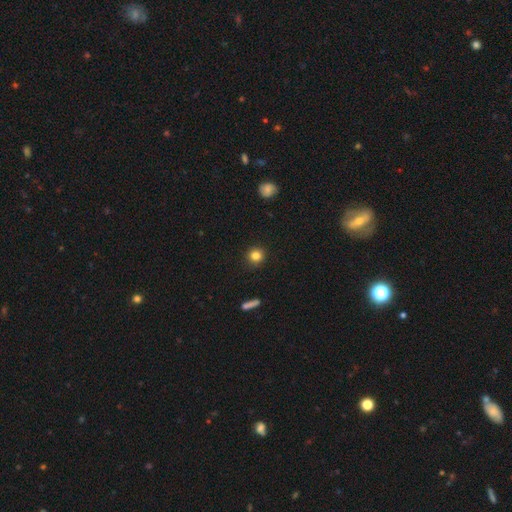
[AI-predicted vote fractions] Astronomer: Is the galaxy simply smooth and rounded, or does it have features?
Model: smooth — 84%.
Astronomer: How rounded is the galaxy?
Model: round — 92%.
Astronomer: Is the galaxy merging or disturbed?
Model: none — 91%.